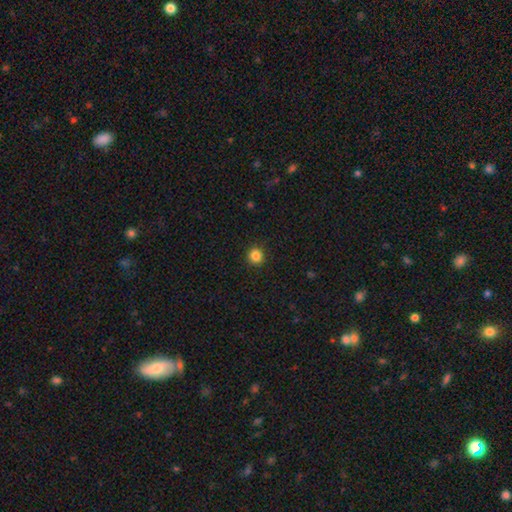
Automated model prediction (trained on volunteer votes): A smooth galaxy with no disk features (85%) that is round (94%). Merging: none (92%).